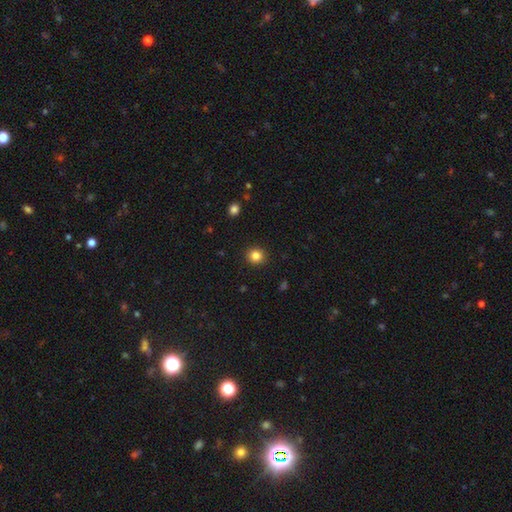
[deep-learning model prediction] A smooth galaxy with no disk features (83%) that is round (92%).

Vote fractions:
- Smooth or featured? smooth: 83% / star or artifact: 12% / featured or disk: 5%
- How rounded? round: 92% / in between: 7% / cigar-shaped: 1%
- Merging? none: 92% / minor disturbance: 5% / major disturbance: 2% / merger: 1%